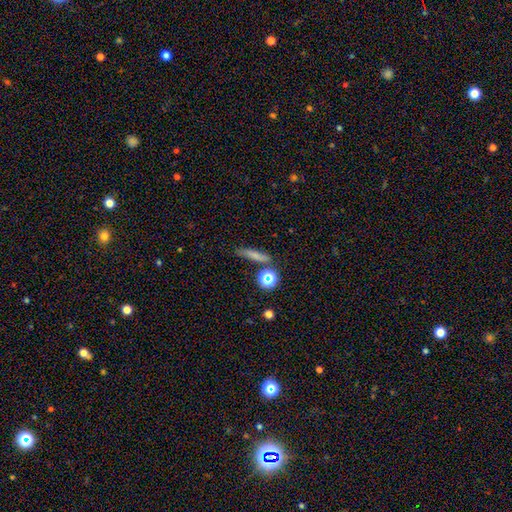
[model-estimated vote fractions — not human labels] Smooth or featured: smooth — 68% (star or artifact — 17%)
How rounded: cigar-shaped — 76% (in between — 15%)
Merging: none — 74% (minor disturbance — 14%)